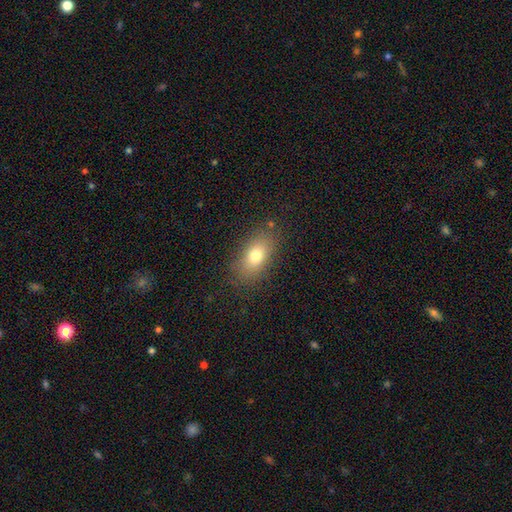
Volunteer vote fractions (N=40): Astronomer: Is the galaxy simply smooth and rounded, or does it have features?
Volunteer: smooth — 85%.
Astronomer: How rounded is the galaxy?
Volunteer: in between — 88%.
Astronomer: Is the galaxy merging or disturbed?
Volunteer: none — 71%.